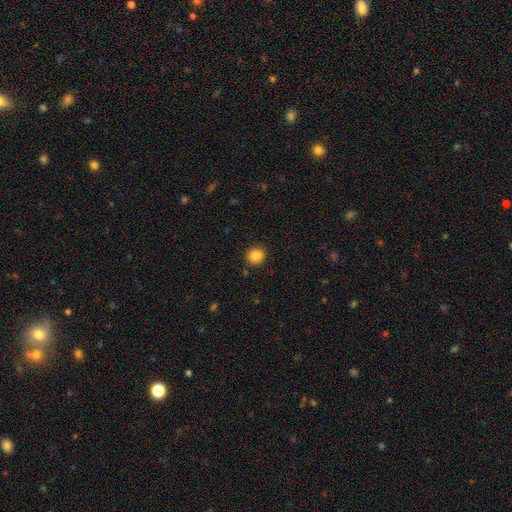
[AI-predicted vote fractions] Smooth or featured? Predicted: smooth (p=0.86). How rounded? Predicted: round (p=0.84). Merging? Predicted: none (p=0.88).